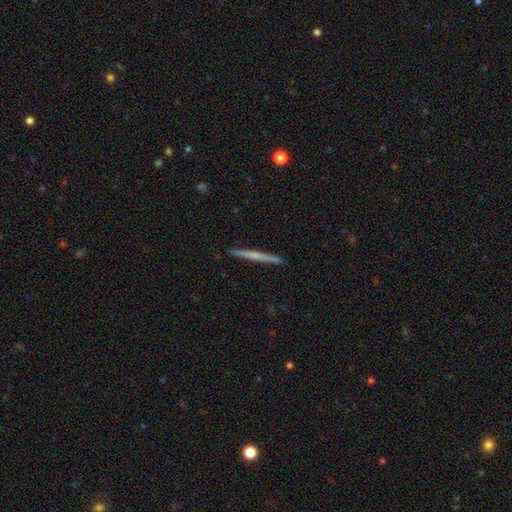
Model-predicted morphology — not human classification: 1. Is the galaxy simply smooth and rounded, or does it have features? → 47% featured or disk (tied), 47% smooth (tied), 6% star or artifact.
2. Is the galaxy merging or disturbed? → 92% none, 5% minor disturbance, 1% major disturbance, 1% merger.